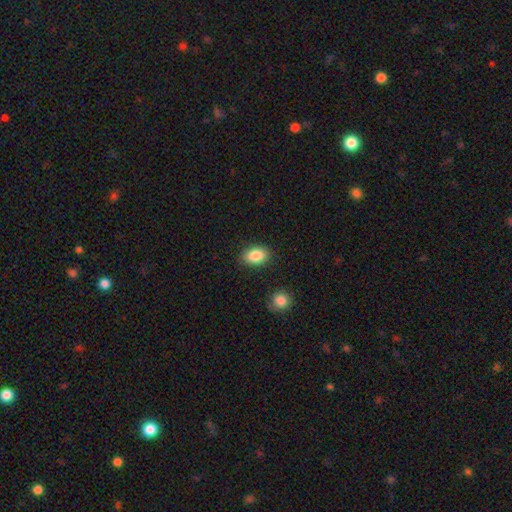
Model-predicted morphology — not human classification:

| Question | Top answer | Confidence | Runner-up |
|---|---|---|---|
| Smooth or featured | smooth | 87% | star or artifact (8%) |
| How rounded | in between | 85% | round (13%) |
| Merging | none | 85% | minor disturbance (10%) |